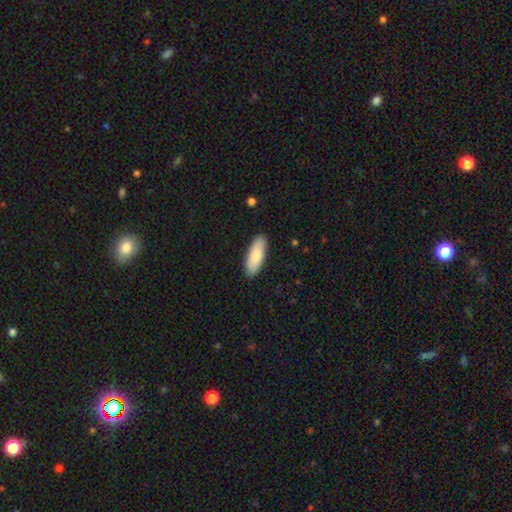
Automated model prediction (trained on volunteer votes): Smooth or featured? Predicted: smooth (p=0.82). How rounded? Predicted: in between (p=0.71). Merging? Predicted: none (p=0.88).